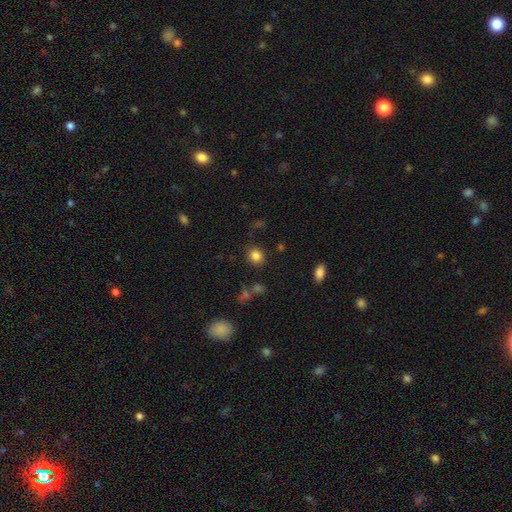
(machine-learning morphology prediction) Q: Smooth or featured?
A: smooth (84%); runner-up: star or artifact (11%)
Q: How rounded?
A: round (80%); runner-up: in between (19%)
Q: Merging?
A: none (86%); runner-up: minor disturbance (8%)